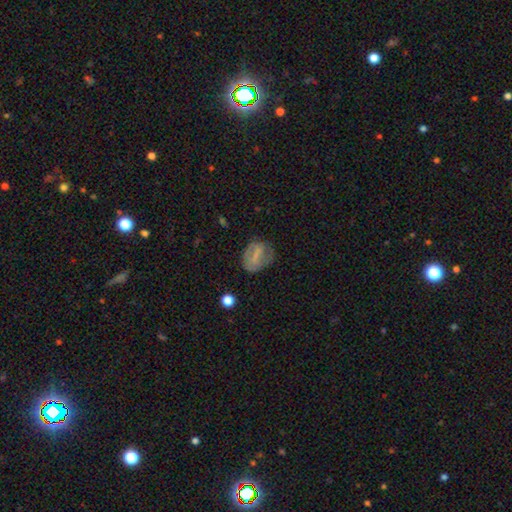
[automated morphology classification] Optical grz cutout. It shows a smooth galaxy with no disk features (54%) that is in between round and cigar-shaped (59%). Merging: none (58%).